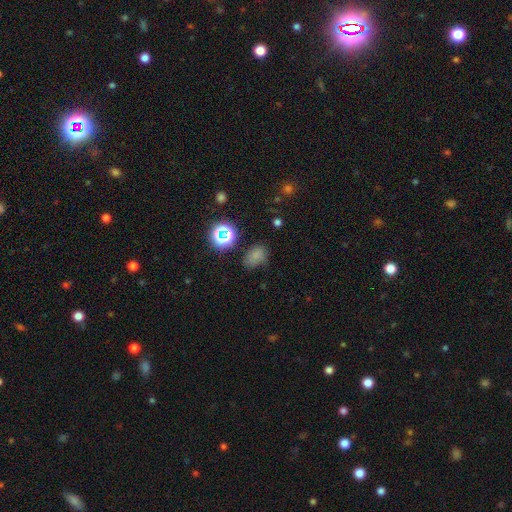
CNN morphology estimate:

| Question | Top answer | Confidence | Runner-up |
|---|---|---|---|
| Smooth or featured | smooth | 70% | star or artifact (23%) |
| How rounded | in between | 75% | round (24%) |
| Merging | none | 67% | minor disturbance (22%) |